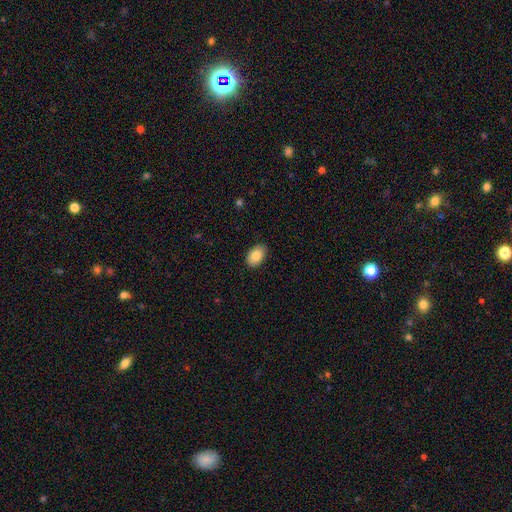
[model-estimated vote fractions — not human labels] Q: Smooth or featured?
A: smooth (86%); runner-up: featured or disk (7%)
Q: How rounded?
A: in between (91%); runner-up: round (7%)
Q: Merging?
A: none (87%); runner-up: minor disturbance (10%)